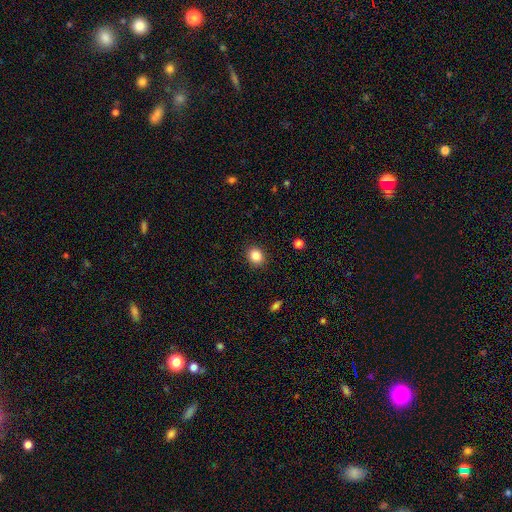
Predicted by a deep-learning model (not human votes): smooth-or-featured: smooth: 85% | star or artifact: 11% | featured or disk: 5%
  how-rounded: round: 67% | in between: 32% | cigar-shaped: 1%
  merging: none: 90% | minor disturbance: 7% | major disturbance: 2% | merger: 1%